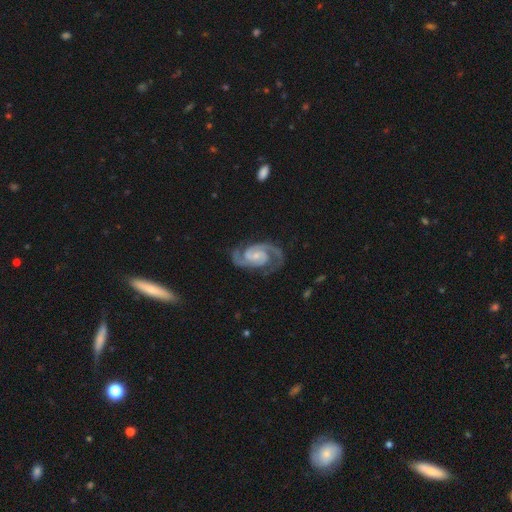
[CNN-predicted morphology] featured or disk 93%, star or artifact 4%, smooth 3%. Down the decision tree: edge-on disk — no (98%); bar — no (48%); spiral arms — yes (99%); spiral arm count — 2 (91%); spiral winding — medium (51%); bulge size — small (61%); merging — none (79%).